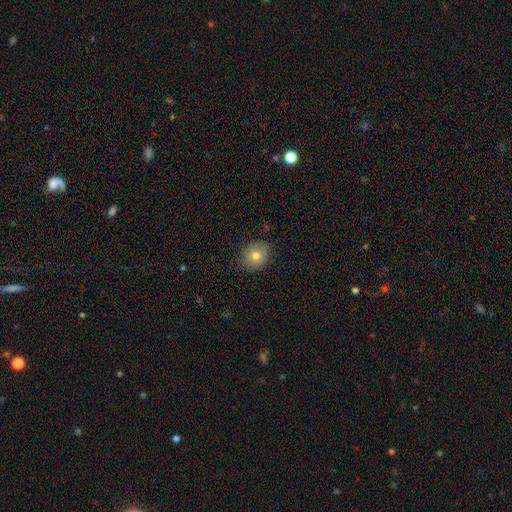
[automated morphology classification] type=smooth (74%); roundness=round (67%); merging=none (81%).